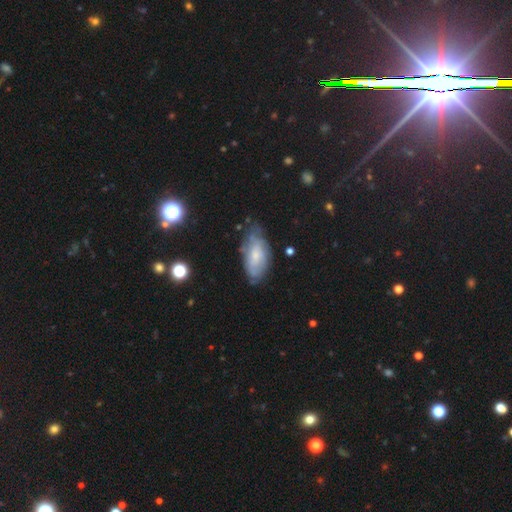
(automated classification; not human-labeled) Morphology: type=featured or disk (49%); merging=none (63%).